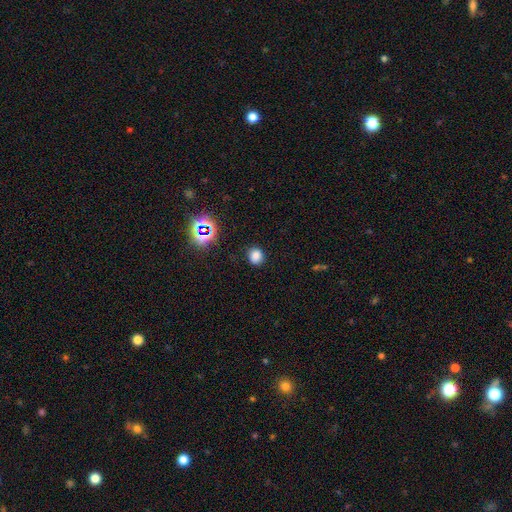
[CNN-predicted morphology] This is likely a smooth galaxy (77%). How rounded: likely round (73%). Merging: clearly none (87%).